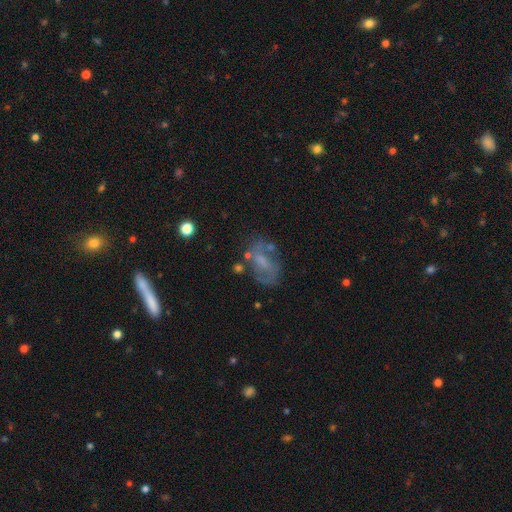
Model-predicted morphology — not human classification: A featured or disk galaxy (58%) with no bar (54%), spiral arms (56%) and no central bulge (37%).

Vote fractions:
- Smooth or featured? featured or disk: 58% / smooth: 30% / star or artifact: 13%
- Edge-on disk? no: 93% / yes: 7%
- Bar? no: 54% / weak: 35% / strong: 11%
- Spiral arms? yes: 56% / no: 44%
- Bulge size? none: 37% / small: 31% / moderate: 26% / large: 5% / dominant: 1%
- Merging? none: 58% / minor disturbance: 20% / major disturbance: 15% / merger: 8%